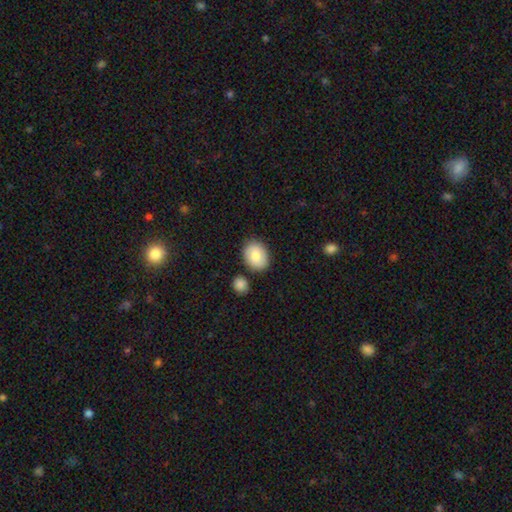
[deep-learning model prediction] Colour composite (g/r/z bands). It shows a smooth galaxy with no disk features (82%) that is in between round and cigar-shaped (56%). Merging: none (79%).